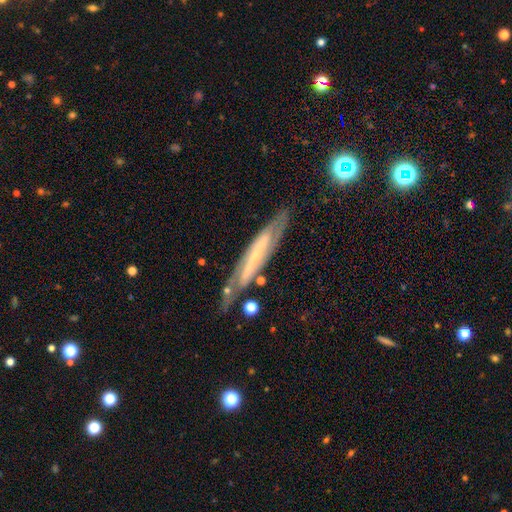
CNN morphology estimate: featured or disk 74%, smooth 20%, star or artifact 7%. Down the decision tree: edge-on disk — yes (54%); merging — none (72%).